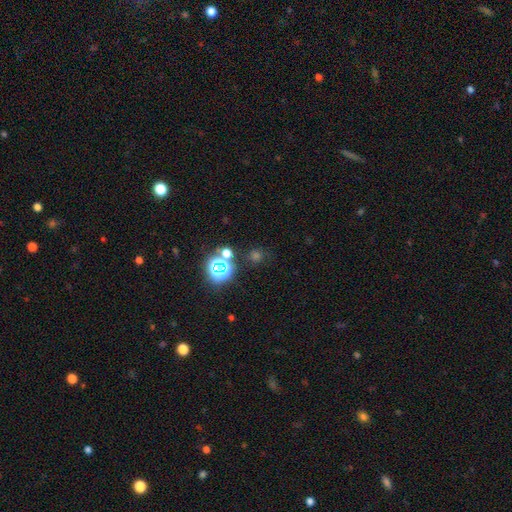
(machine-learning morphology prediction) type=star or artifact (52%).